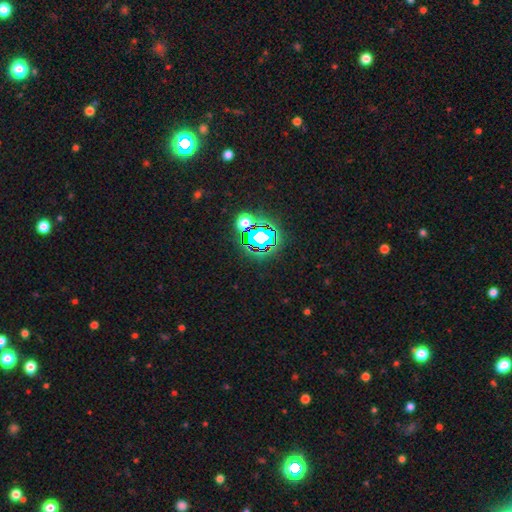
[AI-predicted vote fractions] Smooth or featured: star or artifact — 81% (smooth — 12%)